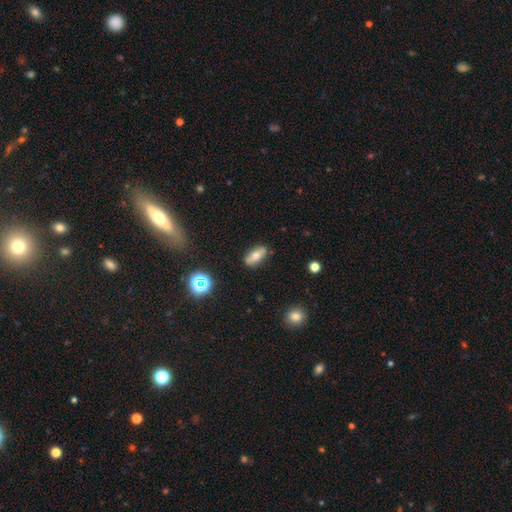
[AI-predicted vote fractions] The model was most divided on "smooth or featured": smooth: 66%, featured or disk: 23%, star or artifact: 11%. More confident: merging — none (85%); how rounded — in between (79%).